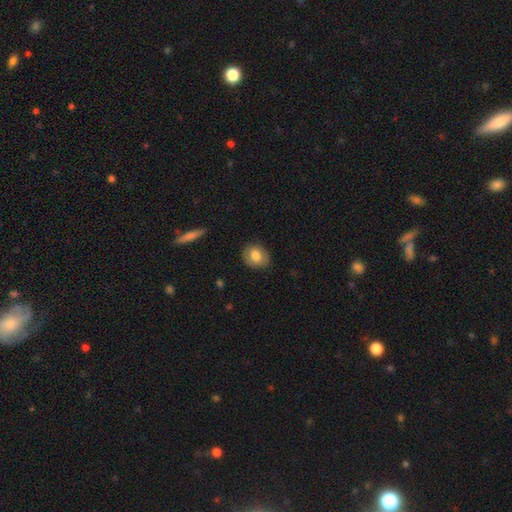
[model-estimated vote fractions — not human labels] Q: Smooth or featured?
A: smooth (78%); runner-up: featured or disk (15%)
Q: How rounded?
A: round (58%); runner-up: in between (41%)
Q: Merging?
A: none (85%); runner-up: minor disturbance (12%)